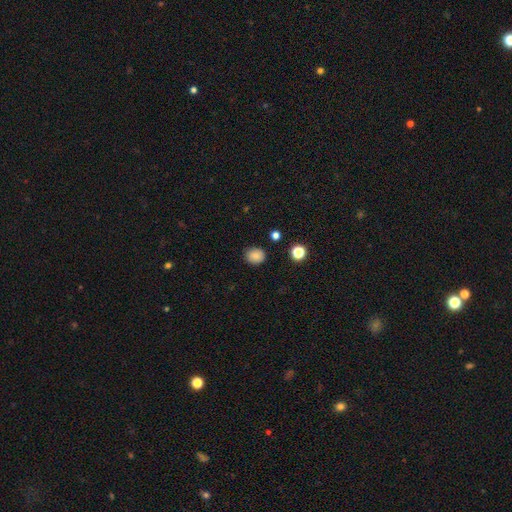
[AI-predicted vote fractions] smooth 83%, star or artifact 11%, featured or disk 6%. Down the decision tree: how rounded — round (72%); merging — none (85%).